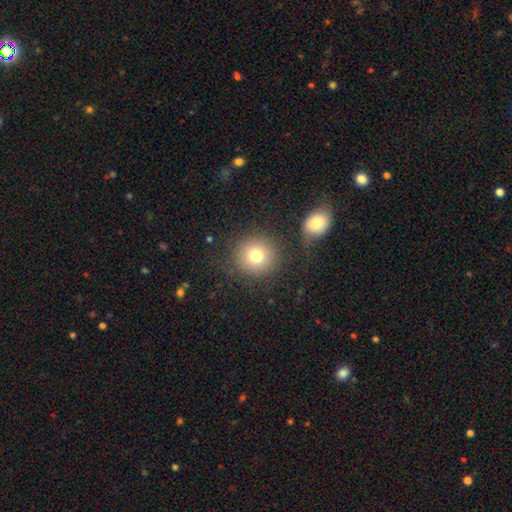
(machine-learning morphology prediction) Smooth or featured? Predicted: smooth (p=0.76). How rounded? Predicted: round (p=0.92). Merging? Predicted: none (p=0.82).